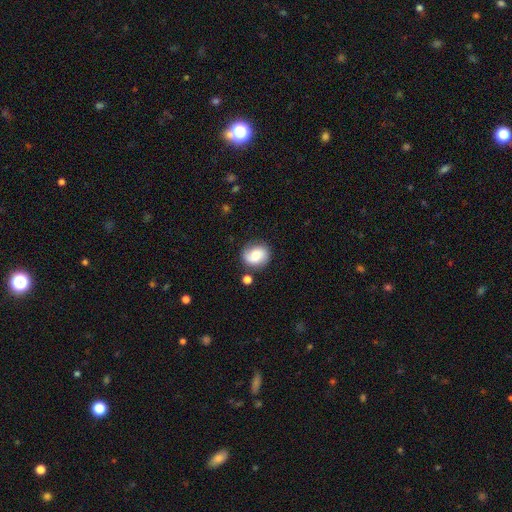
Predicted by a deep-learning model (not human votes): A smooth galaxy with no disk features (61%) that is round (70%).

Vote fractions:
- Smooth or featured? smooth: 61% / featured or disk: 29% / star or artifact: 10%
- How rounded? round: 70% / in between: 29% / cigar-shaped: 1%
- Merging? none: 69% / minor disturbance: 19% / merger: 6% / major disturbance: 6%